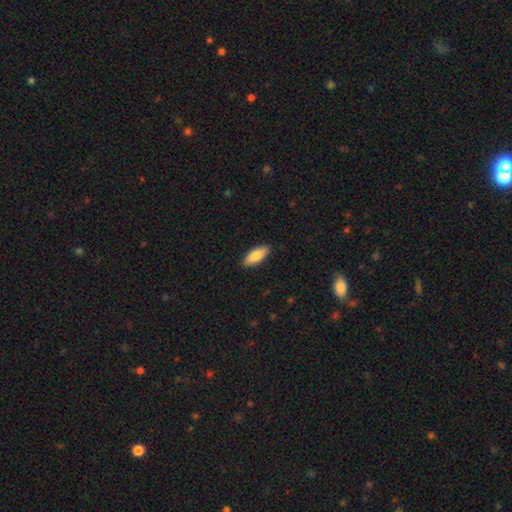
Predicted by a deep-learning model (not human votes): Smooth or featured?
  - smooth: 84% *
  - featured or disk: 10%
  - star or artifact: 6%
How rounded?
  - in between: 77% *
  - cigar-shaped: 21%
  - round: 2%
Merging?
  - none: 89% *
  - minor disturbance: 9%
  - major disturbance: 2%
  - merger: 1%